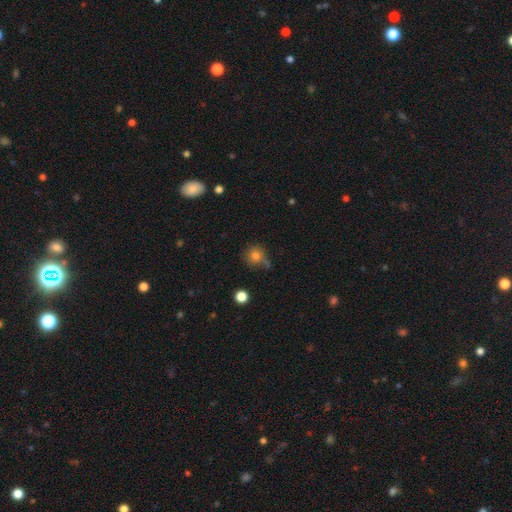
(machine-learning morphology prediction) smooth-or-featured: smooth: 78% | star or artifact: 13% | featured or disk: 9%
  how-rounded: round: 90% | in between: 9% | cigar-shaped: 1%
  merging: none: 64% | minor disturbance: 19% | merger: 10% | major disturbance: 7%